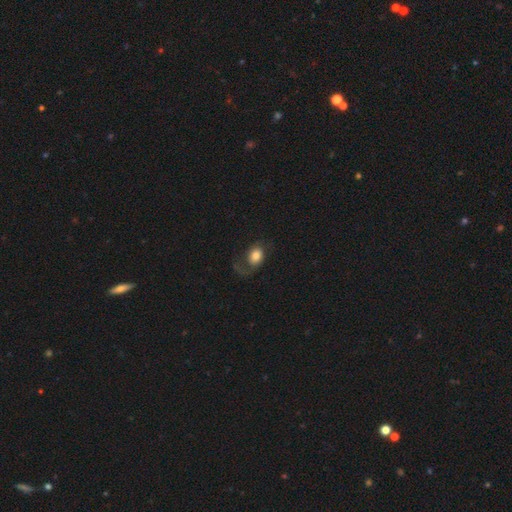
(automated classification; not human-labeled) smooth_or_featured: smooth (p=0.64) [alt: featured or disk p=0.28]
how_rounded: in between (p=0.60) [alt: round p=0.39]
merging: none (p=0.42) [alt: major disturbance p=0.35]